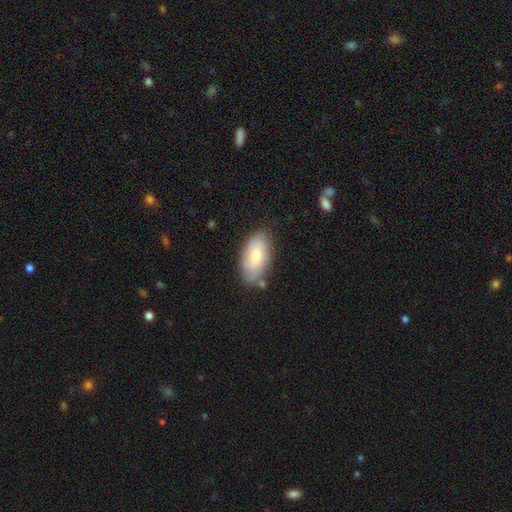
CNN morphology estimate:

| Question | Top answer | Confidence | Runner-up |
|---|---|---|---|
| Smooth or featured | smooth | 72% | featured or disk (22%) |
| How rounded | in between | 94% | cigar-shaped (3%) |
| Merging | none | 70% | minor disturbance (20%) |